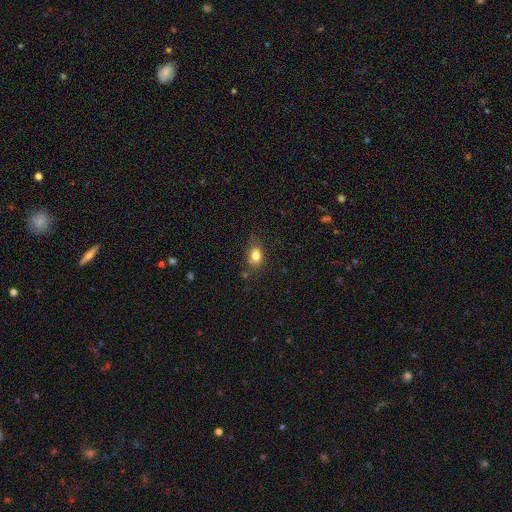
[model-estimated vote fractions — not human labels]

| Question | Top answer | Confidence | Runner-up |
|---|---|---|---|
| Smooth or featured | smooth | 81% | star or artifact (11%) |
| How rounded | in between | 69% | round (29%) |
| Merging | none | 71% | minor disturbance (20%) |